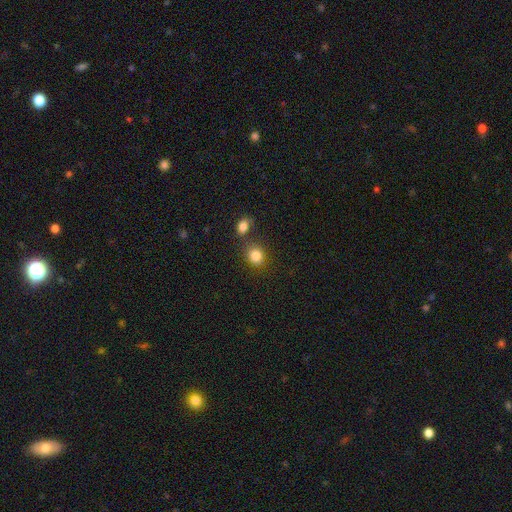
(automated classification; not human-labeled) Smooth or featured? smooth (84%)
How rounded? round (73%)
Merging? none (72%)